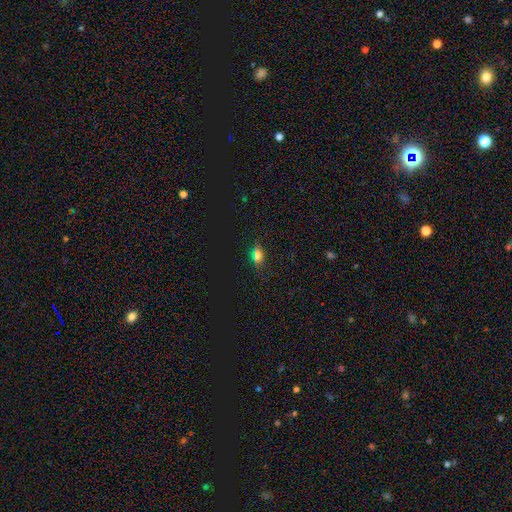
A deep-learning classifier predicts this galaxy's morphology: Smooth or featured: smooth — 57% (star or artifact — 29%)
How rounded: in between — 69% (round — 20%)
Merging: none — 81% (minor disturbance — 13%)